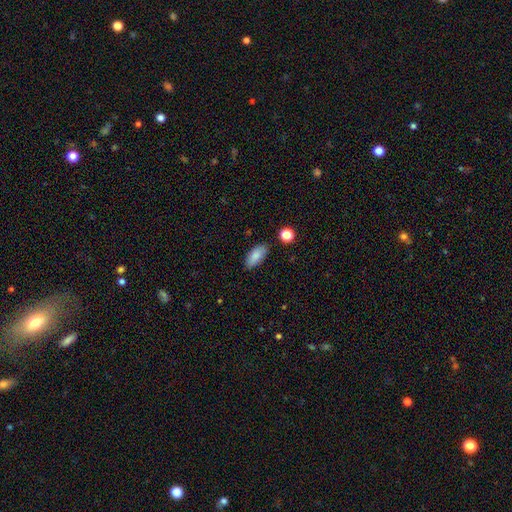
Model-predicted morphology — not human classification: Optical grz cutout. It shows a smooth galaxy with no disk features (85%) that is in between round and cigar-shaped (89%). Merging: none (84%).